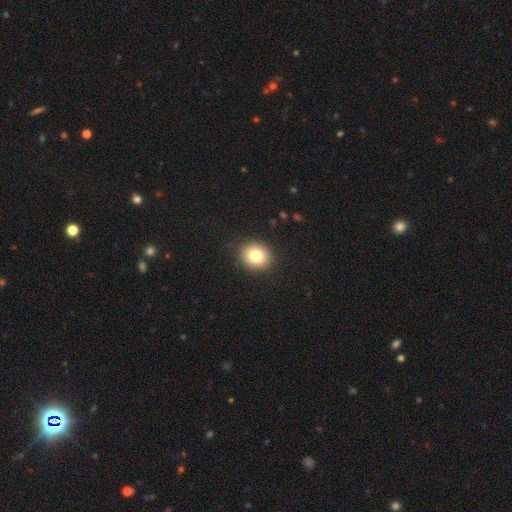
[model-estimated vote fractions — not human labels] A smooth galaxy with no disk features (81%) that is round (67%).

Vote fractions:
- Smooth or featured? smooth: 81% / featured or disk: 10% / star or artifact: 10%
- How rounded? round: 67% / in between: 32% / cigar-shaped: 1%
- Merging? none: 89% / minor disturbance: 8% / major disturbance: 2% / merger: 1%